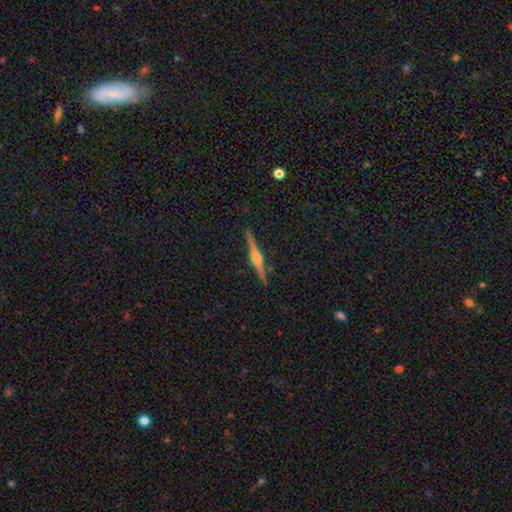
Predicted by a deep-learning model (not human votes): A featured or disk galaxy (84%) viewed edge-on (99%) with a rounded central bulge (90%). Merging: none (92%).